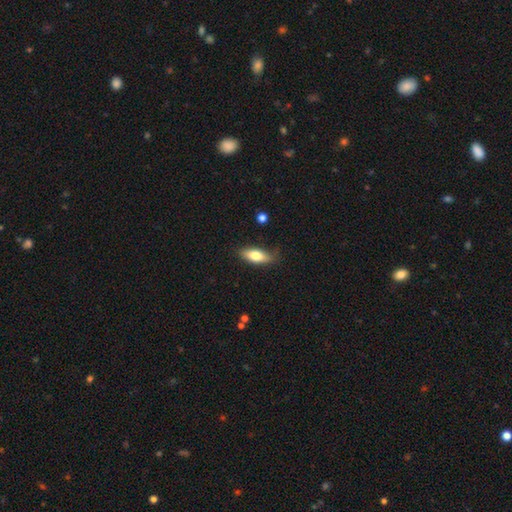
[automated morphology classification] Smooth or featured? Predicted: smooth (p=0.75). How rounded? Predicted: in between (p=0.74). Merging? Predicted: none (p=0.77).